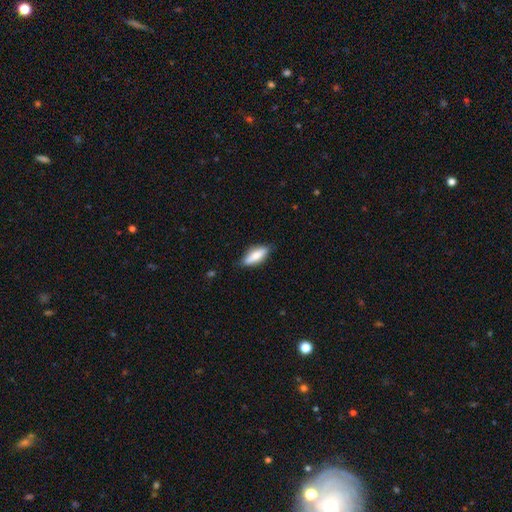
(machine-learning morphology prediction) Overall: smooth (69%). How rounded: in between (58%; cigar-shaped 40%). Merging: none (80%).